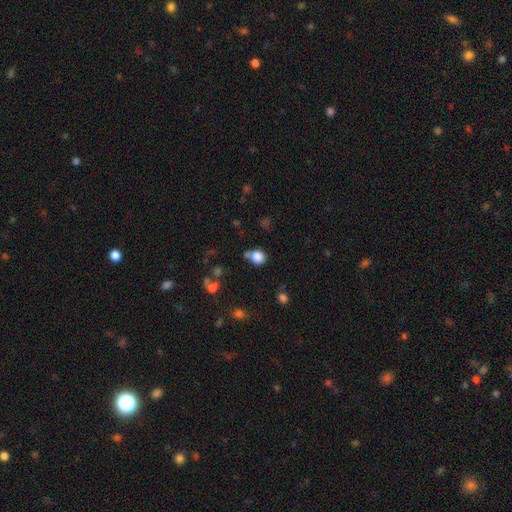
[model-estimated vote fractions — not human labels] Q: Smooth or featured?
A: smooth (84%); runner-up: star or artifact (11%)
Q: How rounded?
A: round (75%); runner-up: in between (24%)
Q: Merging?
A: none (62%); runner-up: merger (17%)